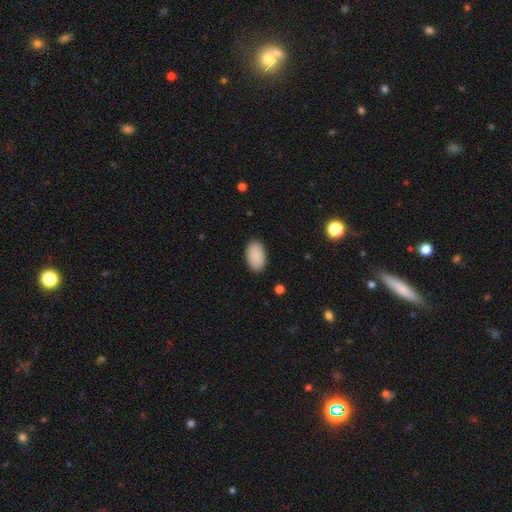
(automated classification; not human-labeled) smooth_or_featured: smooth (p=0.90) [alt: star or artifact p=0.06]
how_rounded: in between (p=0.94) [alt: round p=0.04]
merging: none (p=0.89) [alt: minor disturbance p=0.08]